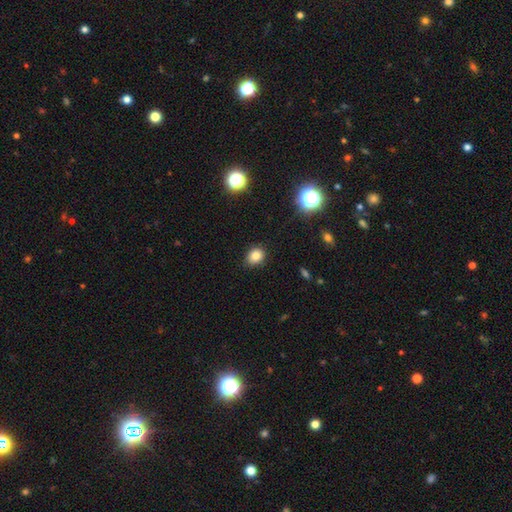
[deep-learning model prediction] smooth 81%, star or artifact 13%, featured or disk 6%. Down the decision tree: how rounded — round (56%); merging — none (85%).